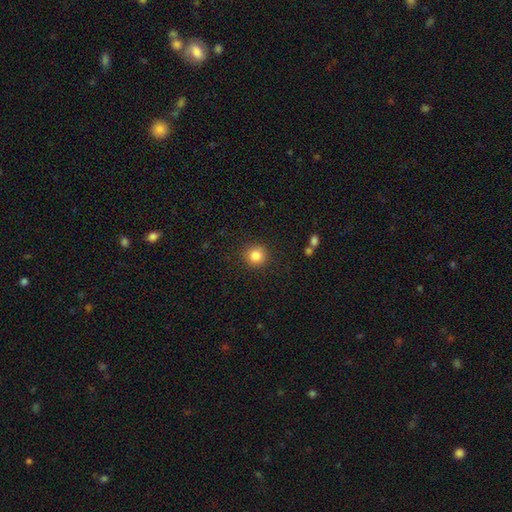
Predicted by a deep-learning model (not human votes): A smooth galaxy with no disk features (85%) that is round (93%). Merging: none (90%).